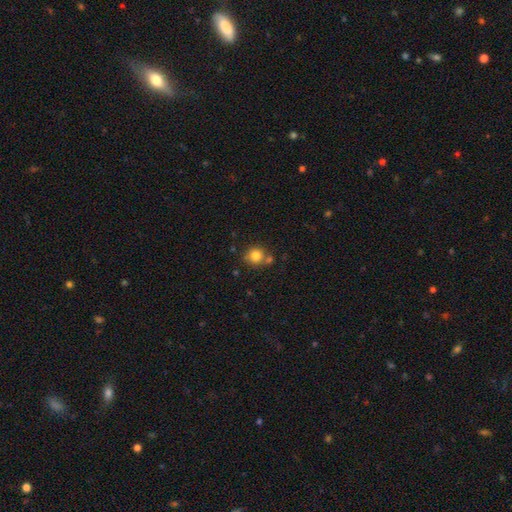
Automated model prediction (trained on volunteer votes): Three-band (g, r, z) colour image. It shows a smooth galaxy with no disk features (81%) that is round (90%). Merging: none (67%).